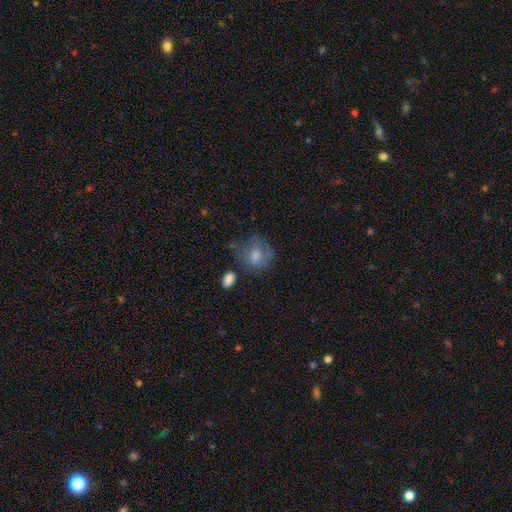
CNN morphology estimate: type=smooth (71%); roundness=round (66%); merging=none (50%).